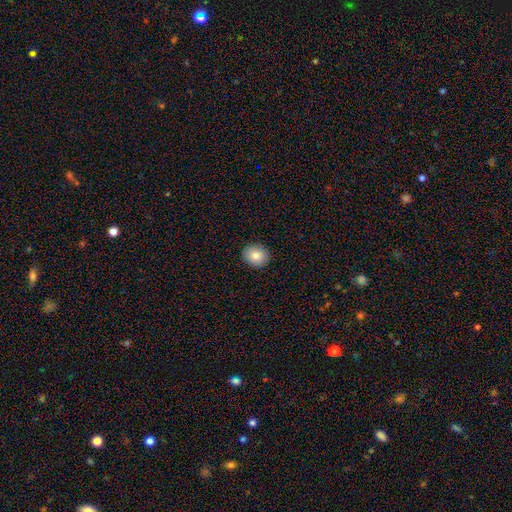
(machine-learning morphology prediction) This is clearly a smooth galaxy (84%). How rounded: likely round (78%). Merging: clearly none (91%).